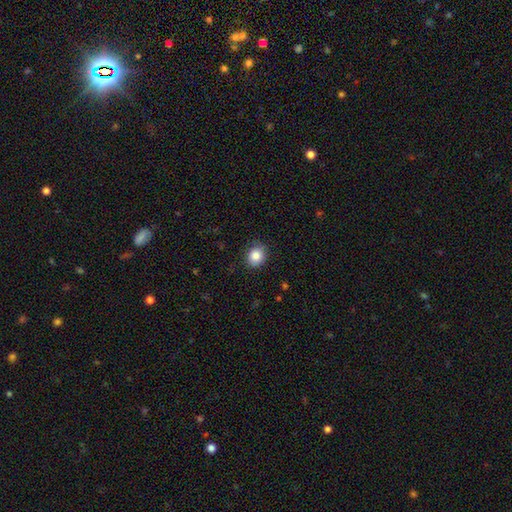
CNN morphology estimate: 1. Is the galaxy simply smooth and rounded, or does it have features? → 85% smooth, 9% star or artifact, 6% featured or disk.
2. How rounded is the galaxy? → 69% round, 30% in between, 1% cigar-shaped.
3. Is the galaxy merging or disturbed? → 84% none, 12% minor disturbance, 3% major disturbance, 1% merger.